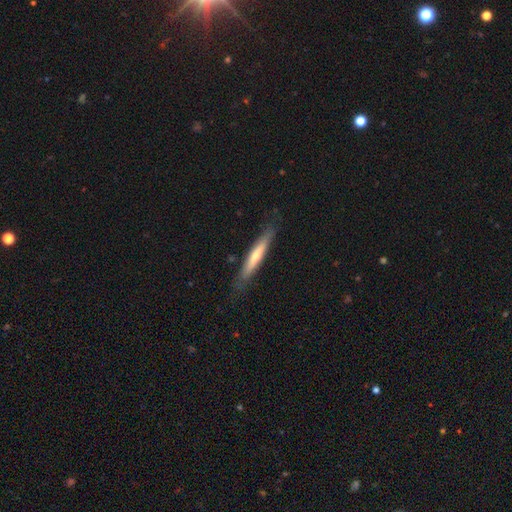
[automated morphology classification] Overall: featured or disk (52%; smooth 42%). Edge-on disk: yes (91%). Merging: none (84%).